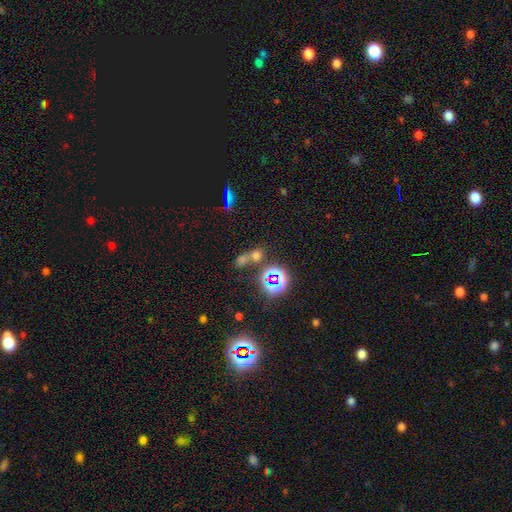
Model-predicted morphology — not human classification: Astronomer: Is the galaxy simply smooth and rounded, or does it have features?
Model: smooth — 49% (runner-up: star or artifact, 40%).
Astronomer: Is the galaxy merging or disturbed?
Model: merger — 45% (runner-up: none, 42%).